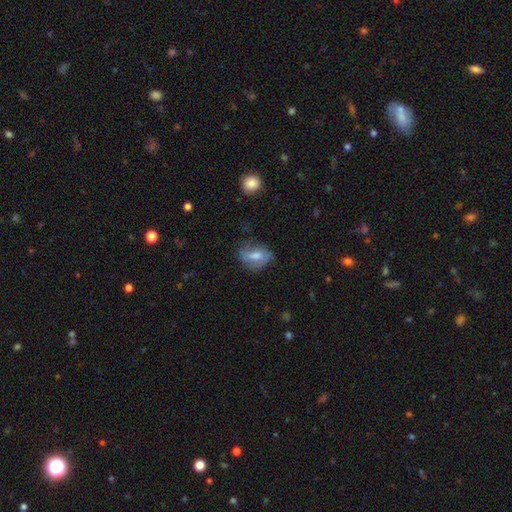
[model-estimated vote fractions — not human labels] smooth_or_featured: smooth (p=0.47) [alt: featured or disk p=0.42]
merging: none (p=0.58) [alt: minor disturbance p=0.26]